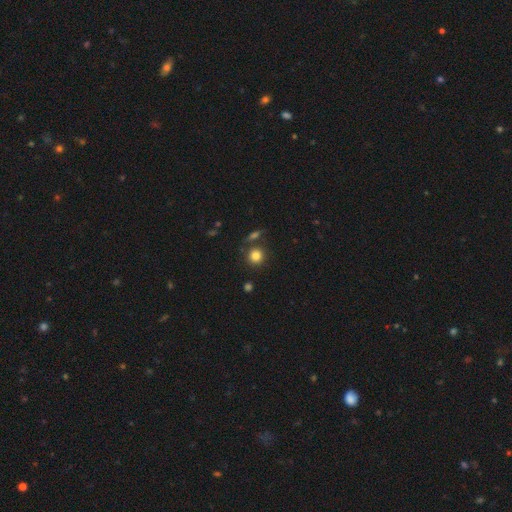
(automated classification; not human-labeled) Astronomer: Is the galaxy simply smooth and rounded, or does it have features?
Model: smooth — 82%.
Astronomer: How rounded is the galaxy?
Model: round — 90%.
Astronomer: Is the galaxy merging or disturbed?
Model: none — 77%.